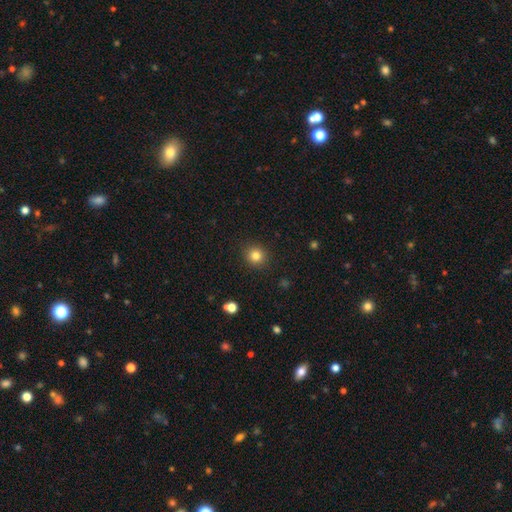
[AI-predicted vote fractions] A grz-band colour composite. It shows a smooth galaxy with no disk features (82%) that is round (91%). Merging: none (91%).